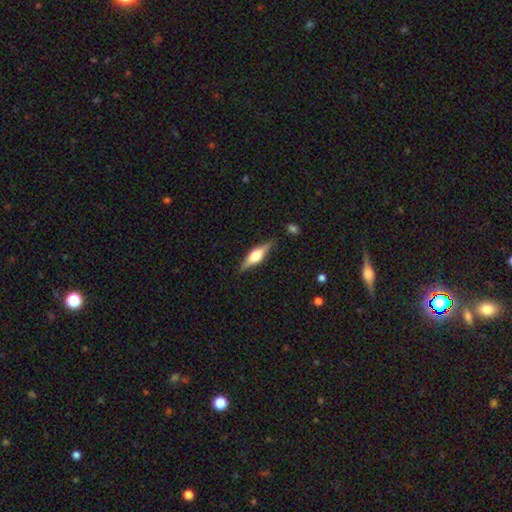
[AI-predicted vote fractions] The model was most divided on "smooth or featured": featured or disk: 63%, smooth: 31%, star or artifact: 6%. More confident: edge-on disk — yes (96%); edge-on bulge — rounded (89%); merging — none (86%).